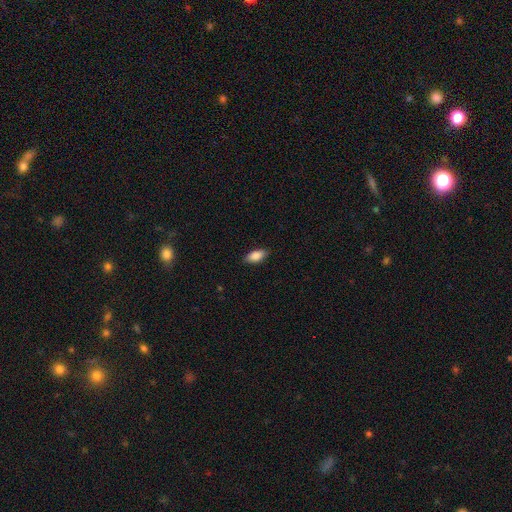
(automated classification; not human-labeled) Smooth or featured?
  - smooth: 85% *
  - featured or disk: 8%
  - star or artifact: 7%
How rounded?
  - in between: 87% *
  - cigar-shaped: 10%
  - round: 3%
Merging?
  - none: 87% *
  - minor disturbance: 10%
  - major disturbance: 2%
  - merger: 1%